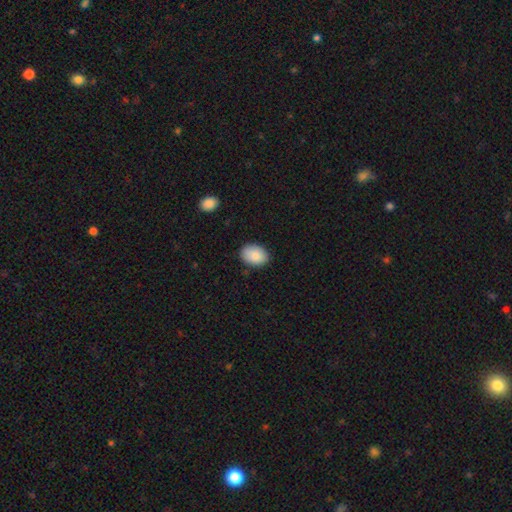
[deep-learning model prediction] Morphology: type=smooth (89%); roundness=in between (80%); merging=none (85%).